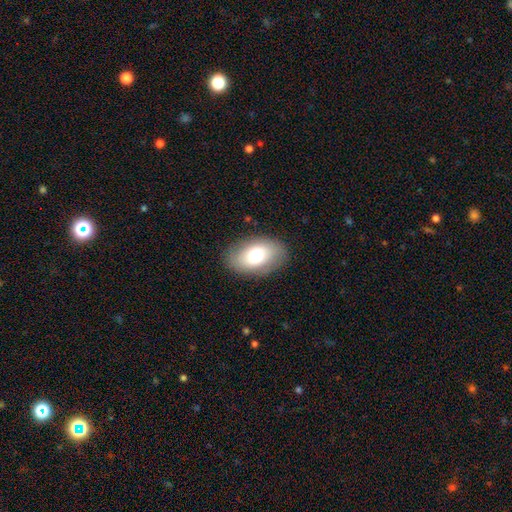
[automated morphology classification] type=smooth (71%); roundness=in between (89%); merging=none (85%).